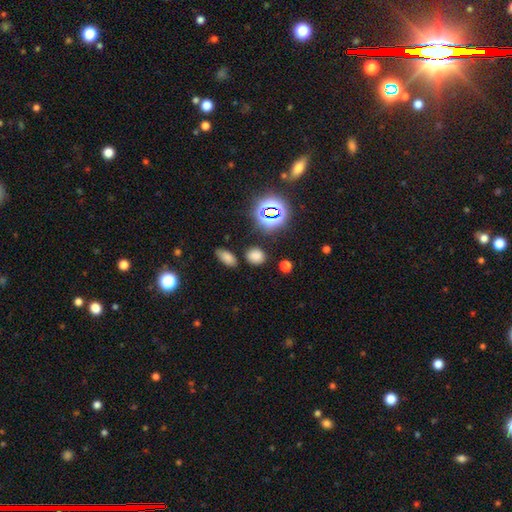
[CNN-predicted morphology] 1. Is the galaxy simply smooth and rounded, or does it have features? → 71% smooth, 24% star or artifact, 5% featured or disk.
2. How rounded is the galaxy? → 55% round, 43% in between, 2% cigar-shaped.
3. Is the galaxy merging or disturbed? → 81% none, 11% minor disturbance, 5% merger, 3% major disturbance.